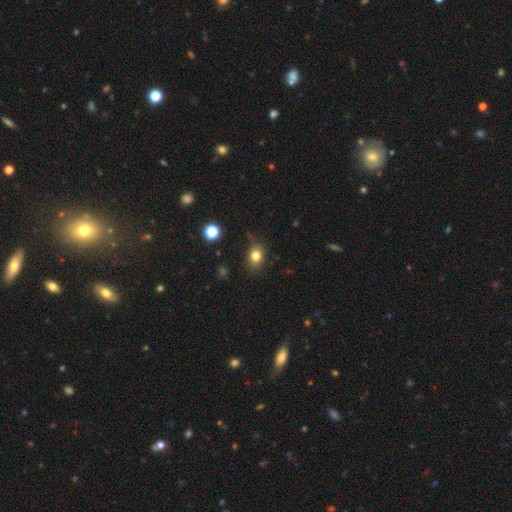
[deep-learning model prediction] smooth_or_featured: smooth (p=0.80) [alt: star or artifact p=0.12]
how_rounded: in between (p=0.56) [alt: round p=0.43]
merging: none (p=0.77) [alt: minor disturbance p=0.17]